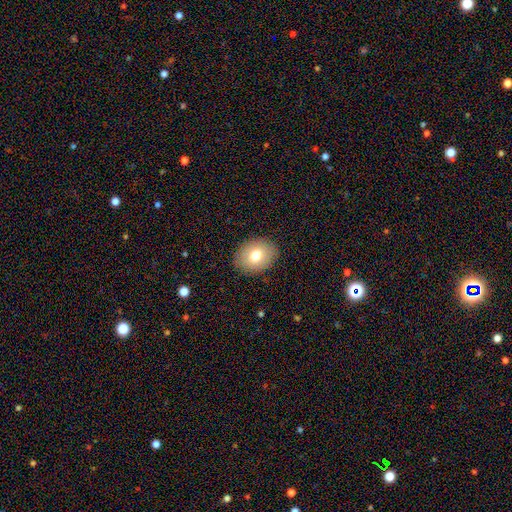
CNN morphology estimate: A smooth galaxy with no disk features (74%) that is in between round and cigar-shaped (58%).

Vote fractions:
- Smooth or featured? smooth: 74% / featured or disk: 17% / star or artifact: 9%
- How rounded? in between: 58% / round: 41% / cigar-shaped: 1%
- Merging? none: 88% / minor disturbance: 8% / major disturbance: 2% / merger: 1%